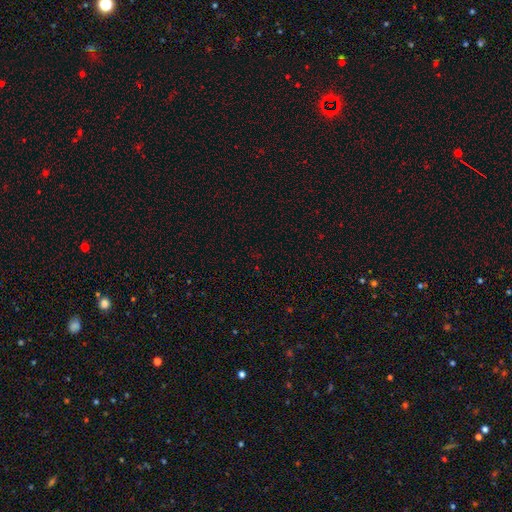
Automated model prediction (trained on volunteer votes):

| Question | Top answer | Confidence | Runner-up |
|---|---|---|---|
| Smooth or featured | star or artifact | 69% | smooth (23%) |